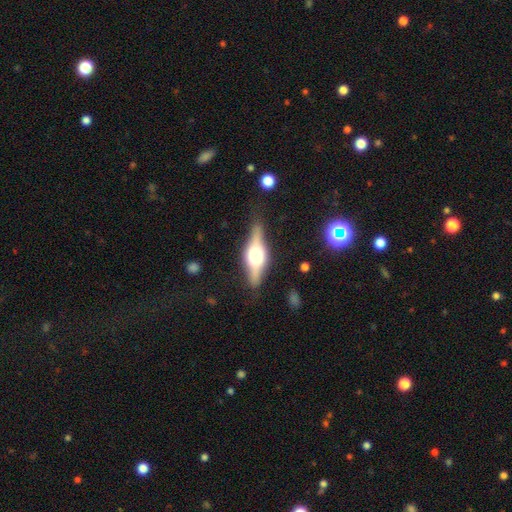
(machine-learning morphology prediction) The model was most divided on "smooth or featured": featured or disk: 69%, smooth: 24%, star or artifact: 7%. More confident: edge-on disk — yes (94%); edge-on bulge — rounded (91%); merging — none (82%).